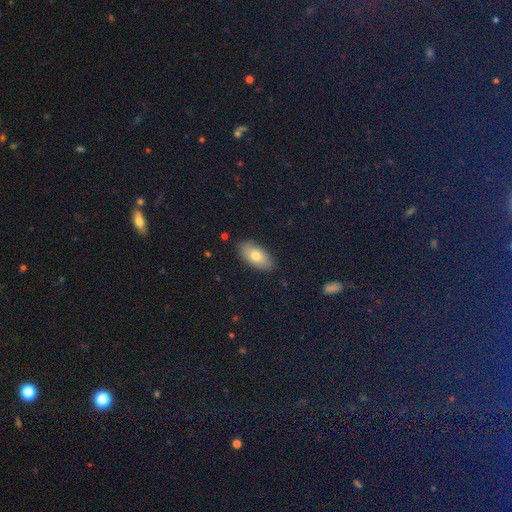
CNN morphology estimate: smooth-or-featured: smooth: 73% | featured or disk: 18% | star or artifact: 9%
  how-rounded: in between: 90% | cigar-shaped: 6% | round: 4%
  merging: none: 87% | minor disturbance: 9% | major disturbance: 2% | merger: 1%